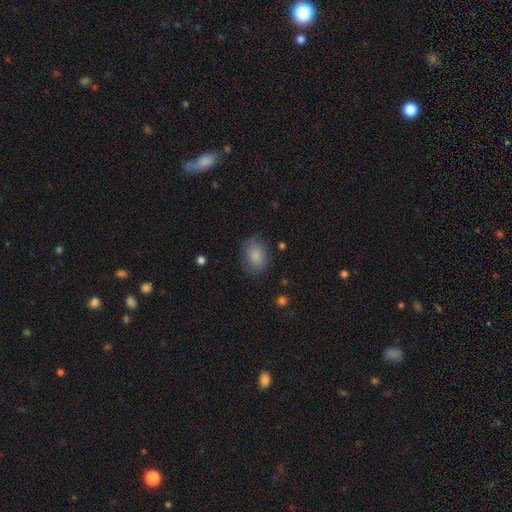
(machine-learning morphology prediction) smooth-or-featured: smooth: 86% | star or artifact: 8% | featured or disk: 6%
  how-rounded: in between: 73% | round: 26% | cigar-shaped: 1%
  merging: none: 79% | minor disturbance: 15% | major disturbance: 5% | merger: 1%